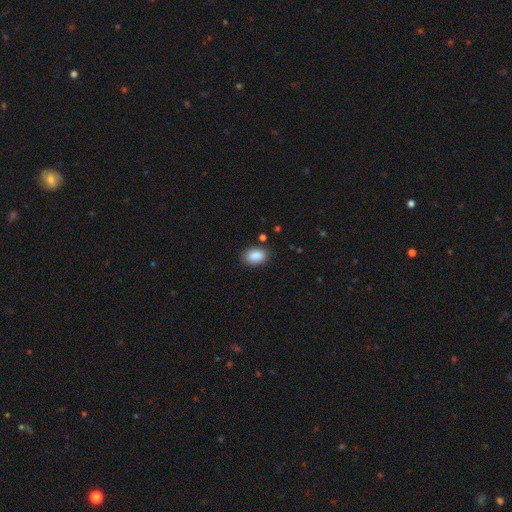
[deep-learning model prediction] Q: Smooth or featured?
A: smooth (89%); runner-up: star or artifact (7%)
Q: How rounded?
A: in between (87%); runner-up: round (11%)
Q: Merging?
A: none (84%); runner-up: minor disturbance (11%)